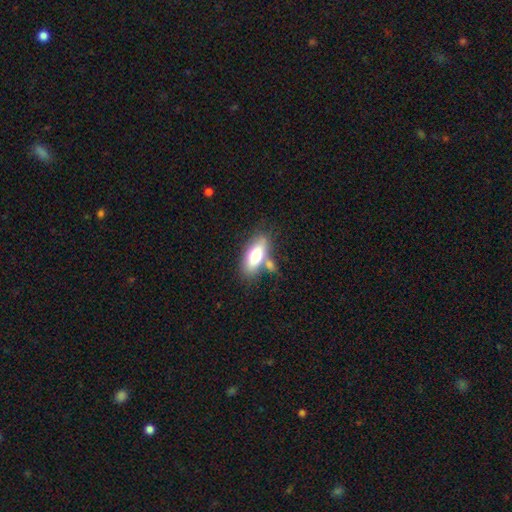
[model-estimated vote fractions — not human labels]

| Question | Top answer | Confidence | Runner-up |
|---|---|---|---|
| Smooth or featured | smooth | 70% | featured or disk (23%) |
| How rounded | in between | 79% | cigar-shaped (18%) |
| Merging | none | 60% | merger (19%) |